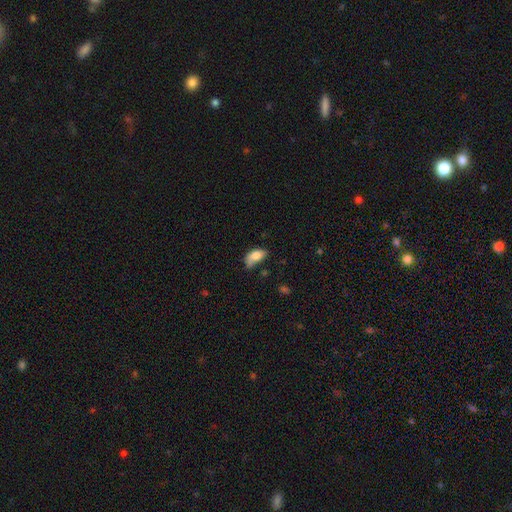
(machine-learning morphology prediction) A smooth galaxy with no disk features (77%) that is in between round and cigar-shaped (91%). Merging: minor disturbance (35%, tied with none).